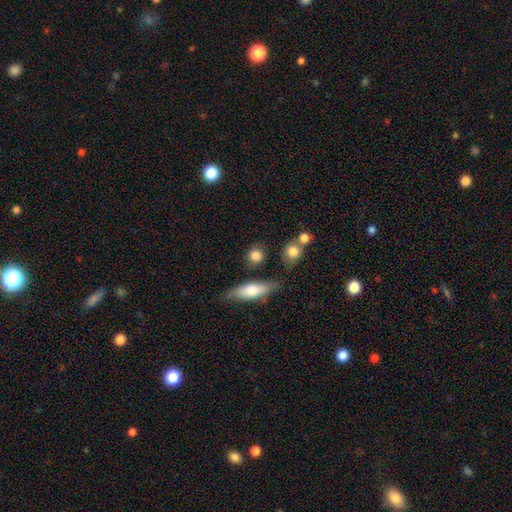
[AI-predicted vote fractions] A smooth galaxy with no disk features (82%) that is round (77%).

Vote fractions:
- Smooth or featured? smooth: 82% / featured or disk: 9% / star or artifact: 8%
- How rounded? round: 77% / in between: 18% / cigar-shaped: 5%
- Merging? none: 76% / minor disturbance: 12% / merger: 8% / major disturbance: 4%